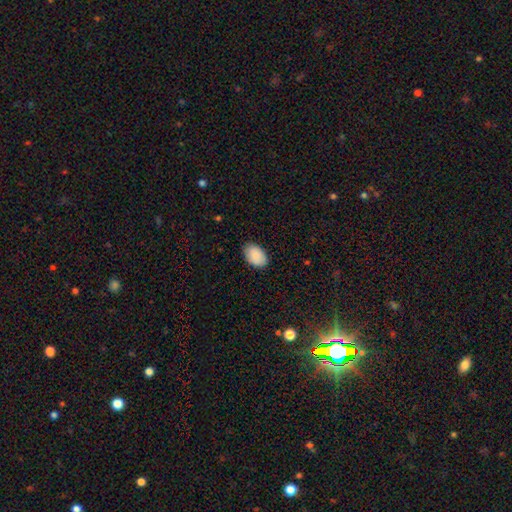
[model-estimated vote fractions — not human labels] Overall: smooth (90%). How rounded: in between (89%). Merging: none (85%).